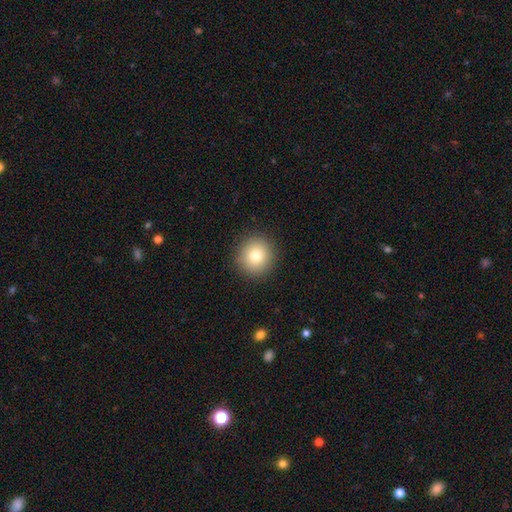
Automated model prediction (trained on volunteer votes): Smooth or featured? Predicted: smooth (p=0.78). How rounded? Predicted: round (p=0.93). Merging? Predicted: none (p=0.91).